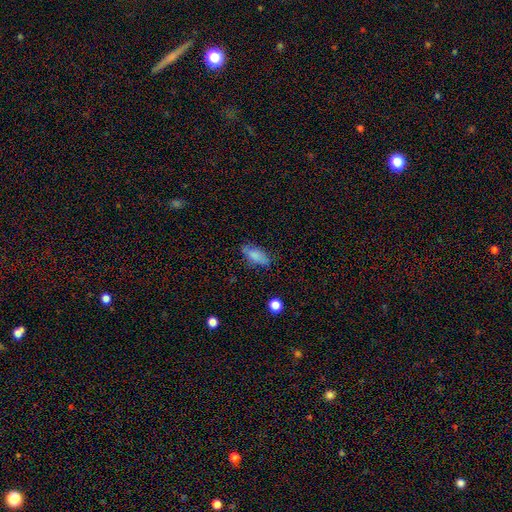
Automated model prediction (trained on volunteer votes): A smooth galaxy with no disk features (82%) that is in between round and cigar-shaped (85%).

Vote fractions:
- Smooth or featured? smooth: 82% / featured or disk: 9% / star or artifact: 9%
- How rounded? in between: 85% / cigar-shaped: 12% / round: 4%
- Merging? none: 76% / minor disturbance: 18% / major disturbance: 4% / merger: 2%